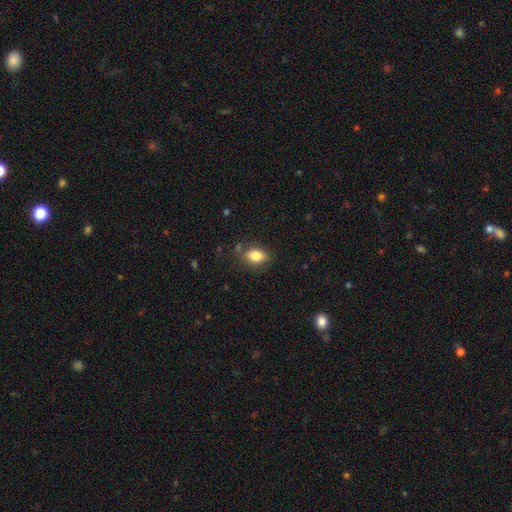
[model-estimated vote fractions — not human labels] Smooth or featured? smooth (83%)
How rounded? in between (79%)
Merging? none (78%)